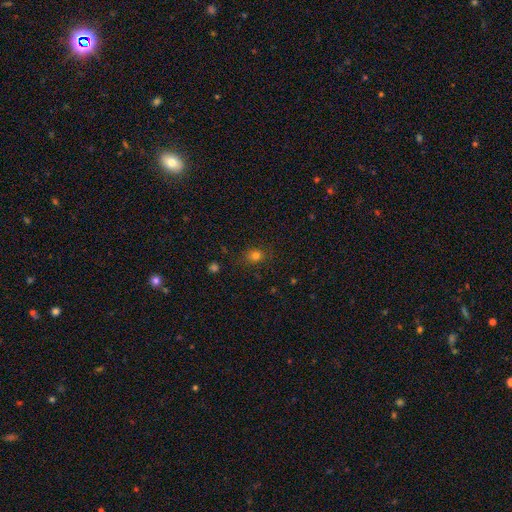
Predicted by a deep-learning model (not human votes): Smooth or featured: smooth — 77% (star or artifact — 17%)
How rounded: round — 63% (in between — 35%)
Merging: none — 81% (minor disturbance — 14%)